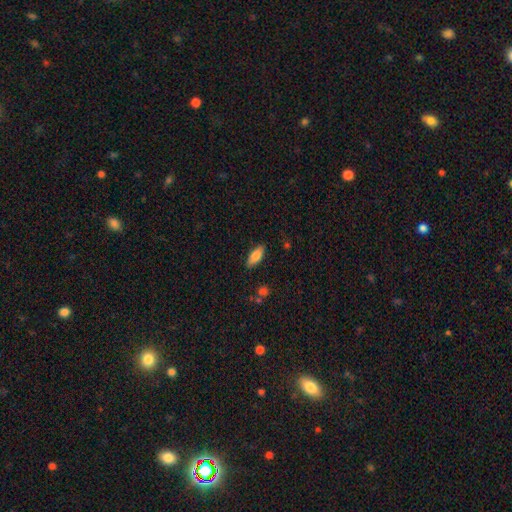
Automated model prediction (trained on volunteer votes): Overall: smooth (79%). How rounded: in between (76%). Merging: none (85%).